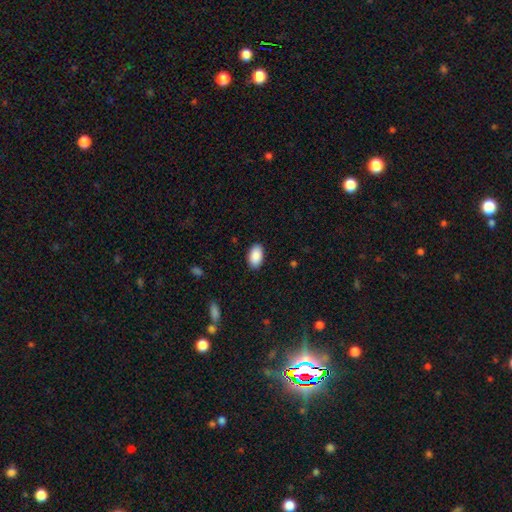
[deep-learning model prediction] A smooth galaxy with no disk features (90%) that is in between round and cigar-shaped (95%). Merging: none (89%).